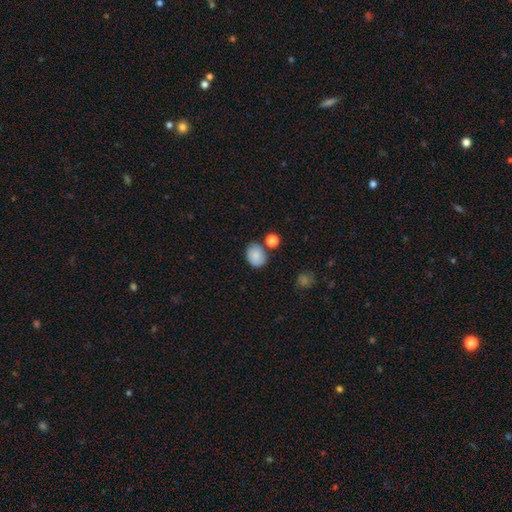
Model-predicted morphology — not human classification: This appears to be a smooth galaxy with no disk features (85%) that is in between round and cigar-shaped (54%). Merging: none (71%).